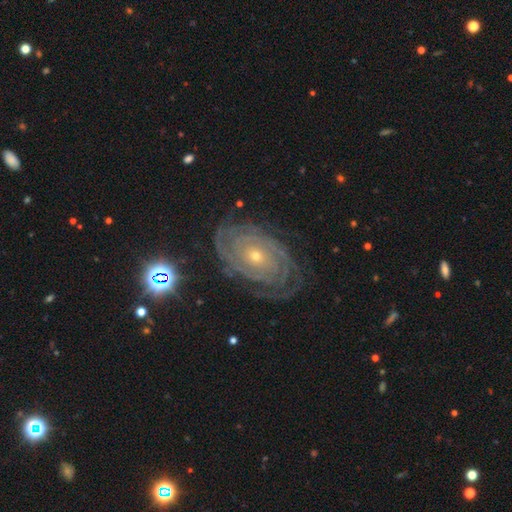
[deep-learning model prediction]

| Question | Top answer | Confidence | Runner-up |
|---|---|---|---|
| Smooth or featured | featured or disk | 88% | star or artifact (7%) |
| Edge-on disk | no | 96% | yes (4%) |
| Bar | no | 80% | weak (14%) |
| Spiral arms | yes | 97% | no (3%) |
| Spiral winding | tight | 85% | medium (12%) |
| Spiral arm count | can't tell | 30% | 2 (20%) |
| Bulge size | small | 75% | moderate (22%) |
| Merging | none | 77% | minor disturbance (15%) |